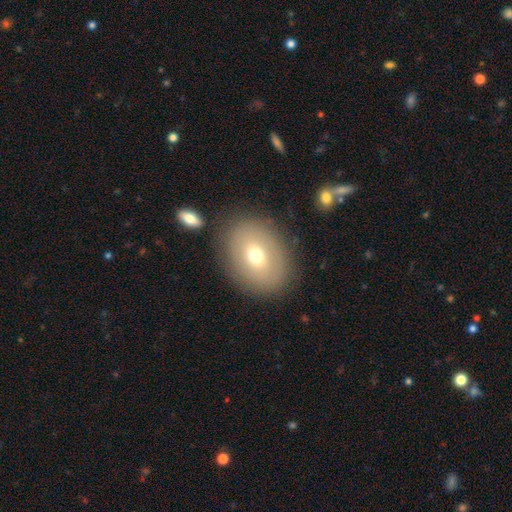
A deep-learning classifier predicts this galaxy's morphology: smooth 64%, featured or disk 26%, star or artifact 11%. Down the decision tree: how rounded — in between (68%); merging — none (81%).